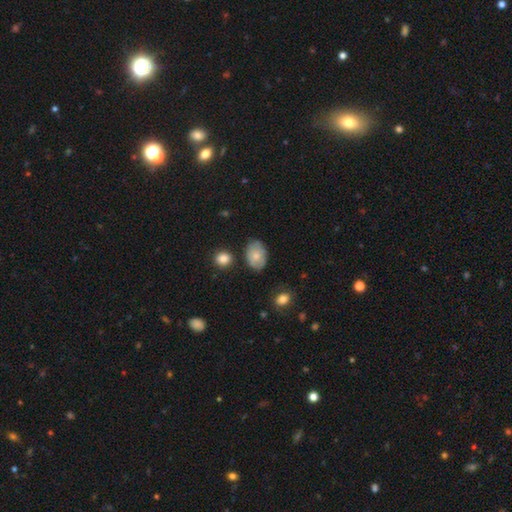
Volunteers were most divided on "how rounded": in between: 76%, round: 21%, cigar-shaped: 3%. More confident: merging — none (83%); smooth or featured — smooth (74%).